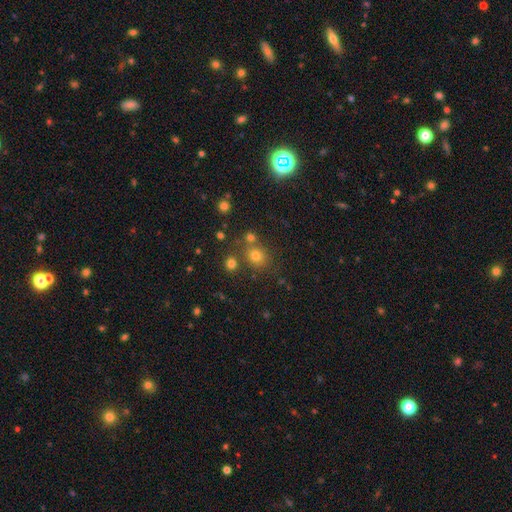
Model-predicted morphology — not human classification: This appears to be a smooth galaxy with no disk features (67%) that is round (79%). Merging: none (72%).